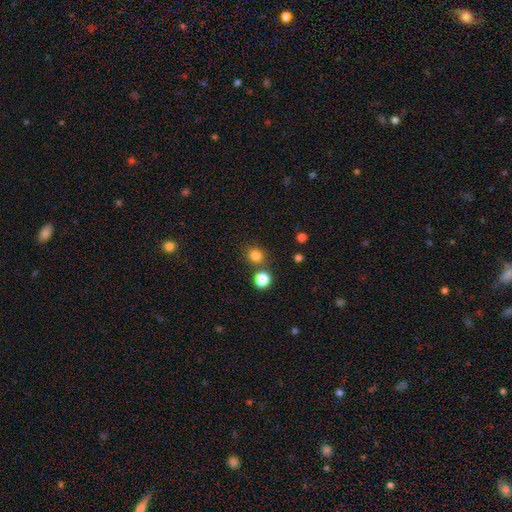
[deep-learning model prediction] This appears to be a smooth galaxy with no disk features (81%) that is round (83%). Merging: none (74%).